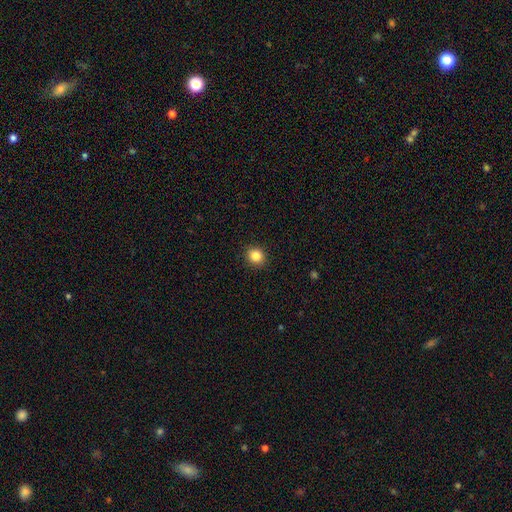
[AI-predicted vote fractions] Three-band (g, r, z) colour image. It shows a smooth galaxy with no disk features (85%) that is round (84%). Merging: none (91%).